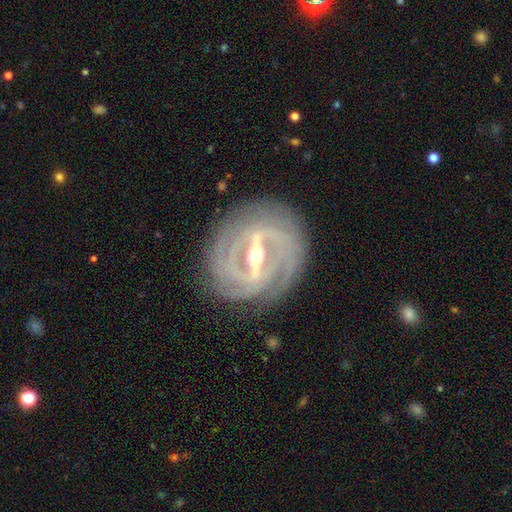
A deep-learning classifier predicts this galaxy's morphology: smooth_or_featured: featured or disk (p=0.91) [alt: star or artifact p=0.05]
disk_edge_on: no (p=0.93) [alt: yes p=0.07]
bar: strong (p=0.75) [alt: weak p=0.20]
has_spiral_arms: yes (p=0.96) [alt: no p=0.04]
spiral_winding: tight (p=0.78) [alt: medium p=0.19]
spiral_arm_count: 3 (p=0.24) [alt: 2 p=0.23]
bulge_size: moderate (p=0.57) [alt: small p=0.38]
merging: none (p=0.83) [alt: minor disturbance p=0.12]